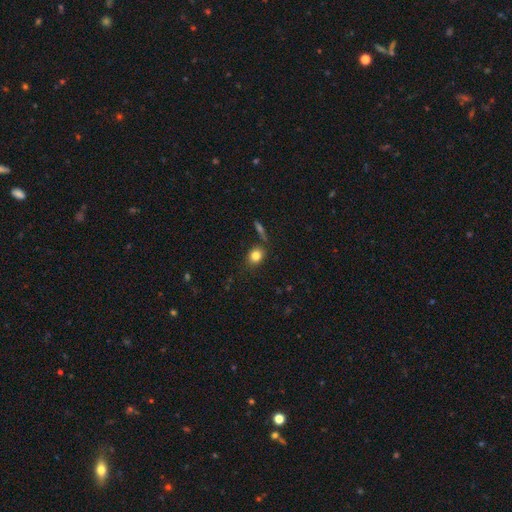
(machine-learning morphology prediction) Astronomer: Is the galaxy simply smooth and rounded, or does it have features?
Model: smooth — 82%.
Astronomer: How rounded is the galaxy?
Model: round — 60% (runner-up: in between, 38%).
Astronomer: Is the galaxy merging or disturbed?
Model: none — 76%.